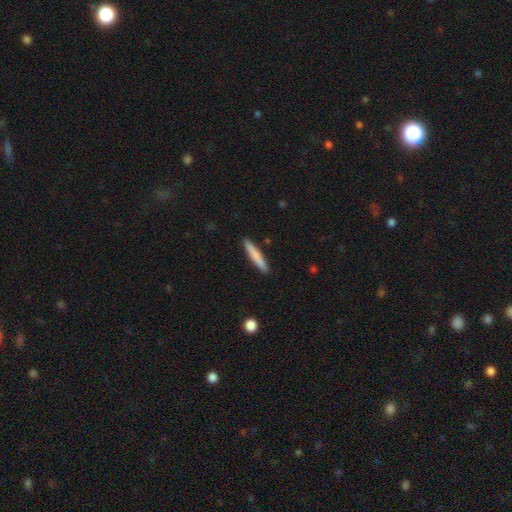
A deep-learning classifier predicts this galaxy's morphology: The model was most divided on "smooth or featured": smooth: 79%, featured or disk: 16%, star or artifact: 5%. More confident: how rounded — cigar-shaped (94%); merging — none (91%).